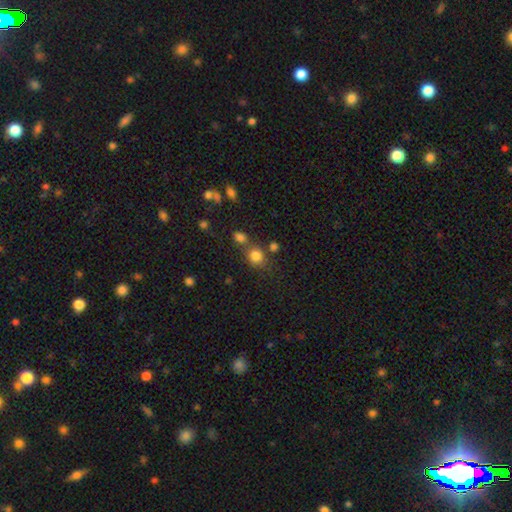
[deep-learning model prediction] Smooth or featured?
  - smooth: 80% *
  - star or artifact: 13%
  - featured or disk: 7%
How rounded?
  - round: 74% *
  - in between: 25%
  - cigar-shaped: 1%
Merging?
  - none: 58% *
  - merger: 25%
  - minor disturbance: 12%
  - major disturbance: 5%